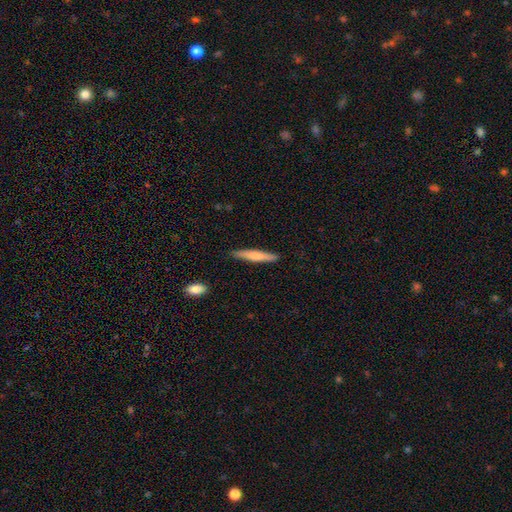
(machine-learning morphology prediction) A smooth galaxy with no disk features (64%) that is cigar-shaped (93%).

Vote fractions:
- Smooth or featured? smooth: 64% / featured or disk: 30% / star or artifact: 5%
- How rounded? cigar-shaped: 93% / in between: 6% / round: 1%
- Merging? none: 89% / minor disturbance: 8% / major disturbance: 2% / merger: 1%